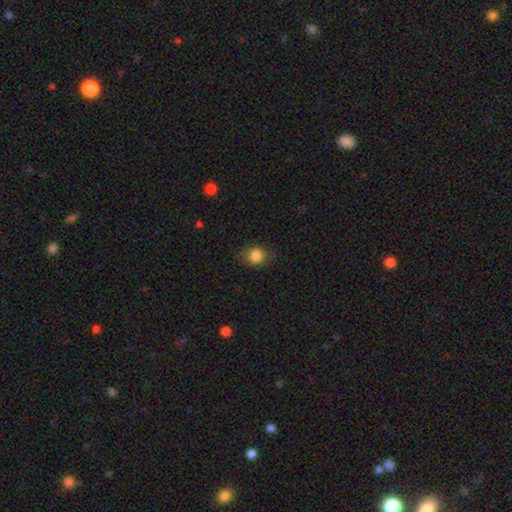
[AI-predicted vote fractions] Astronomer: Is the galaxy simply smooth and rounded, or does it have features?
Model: smooth — 84%.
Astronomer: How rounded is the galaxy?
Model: round — 60% (runner-up: in between, 39%).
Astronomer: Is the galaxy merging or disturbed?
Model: none — 76%.